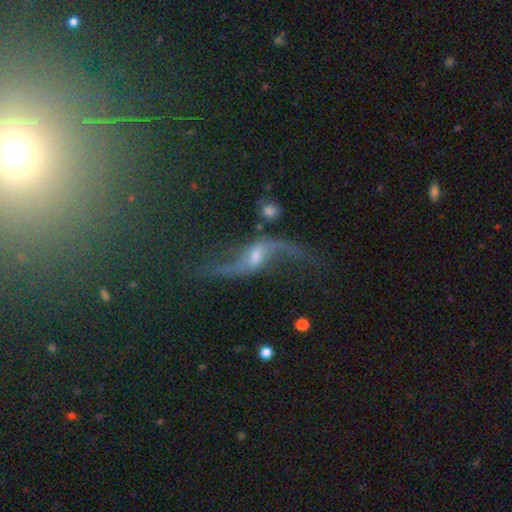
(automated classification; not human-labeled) Smooth or featured? featured or disk (88%)
Edge-on disk? no (92%)
Bar? no (44%)
Spiral arms? yes (95%)
Spiral winding? loose (95%)
Spiral arm count? 2 (94%)
Bulge size? small (49%)
Merging? none (63%)